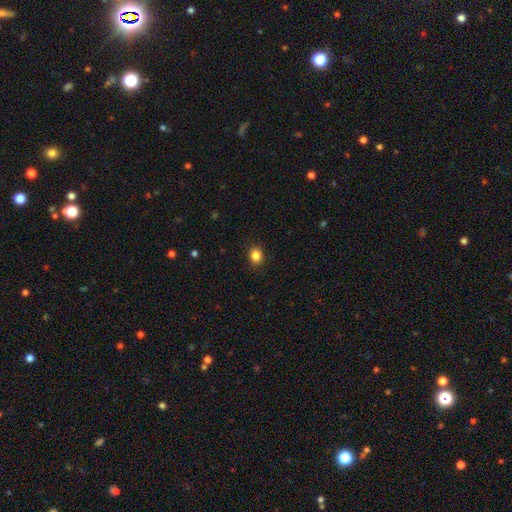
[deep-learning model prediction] A smooth galaxy with no disk features (85%) that is round (67%). Merging: none (89%).